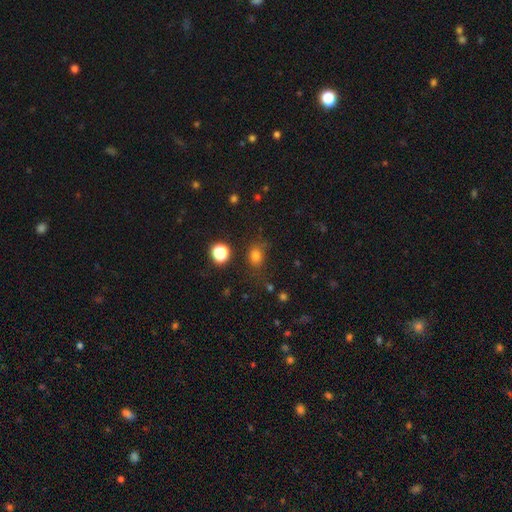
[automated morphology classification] smooth-or-featured: smooth: 75% | star or artifact: 19% | featured or disk: 6%
  how-rounded: round: 53% | in between: 46% | cigar-shaped: 1%
  merging: none: 70% | minor disturbance: 18% | major disturbance: 7% | merger: 4%